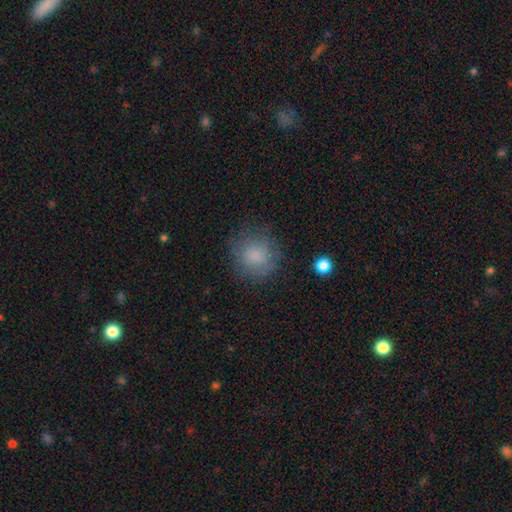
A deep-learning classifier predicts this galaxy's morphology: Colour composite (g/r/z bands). It shows a smooth galaxy with no disk features (79%) that is round (89%). Merging: none (76%).